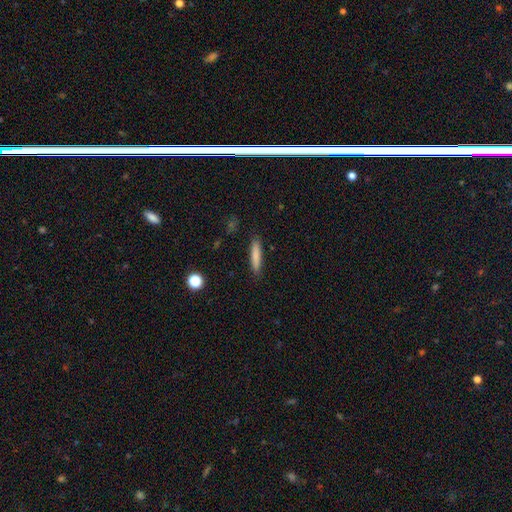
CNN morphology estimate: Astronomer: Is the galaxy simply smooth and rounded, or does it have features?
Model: smooth — 82%.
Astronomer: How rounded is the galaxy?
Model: cigar-shaped — 88%.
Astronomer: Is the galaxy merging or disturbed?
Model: none — 89%.